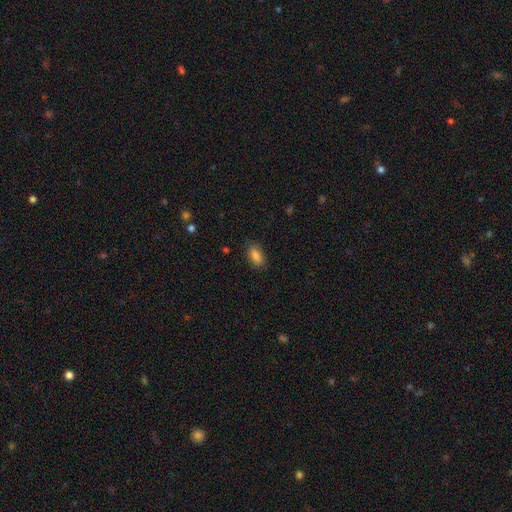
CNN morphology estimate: Q: Smooth or featured?
A: smooth (85%); runner-up: star or artifact (8%)
Q: How rounded?
A: in between (89%); runner-up: cigar-shaped (7%)
Q: Merging?
A: none (82%); runner-up: minor disturbance (13%)